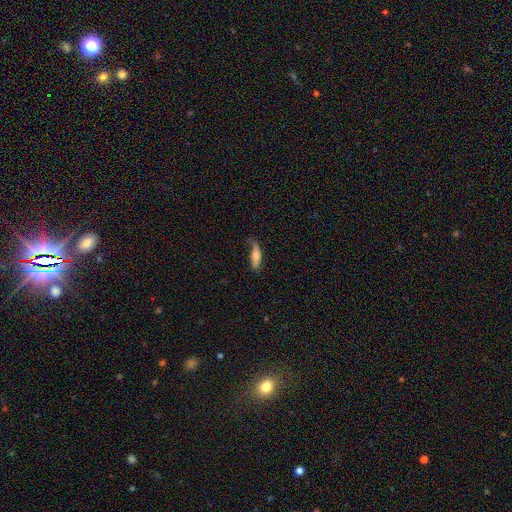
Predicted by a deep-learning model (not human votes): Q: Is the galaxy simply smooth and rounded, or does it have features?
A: smooth — 62%.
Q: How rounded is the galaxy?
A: cigar-shaped — 53%.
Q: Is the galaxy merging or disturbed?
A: none — 49%.